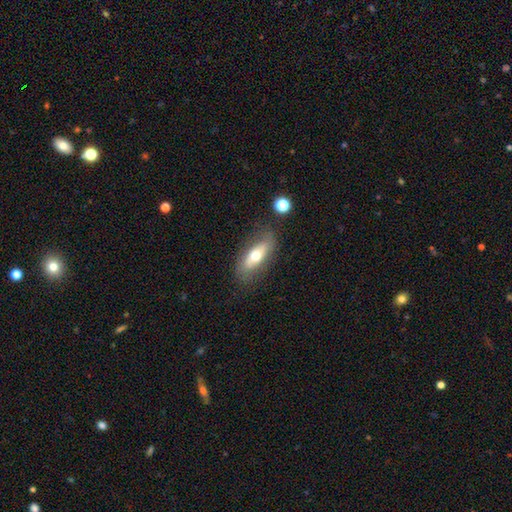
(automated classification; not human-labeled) The model was most divided on "smooth or featured": smooth: 56%, featured or disk: 37%, star or artifact: 7%. More confident: merging — none (75%); how rounded — in between (67%).